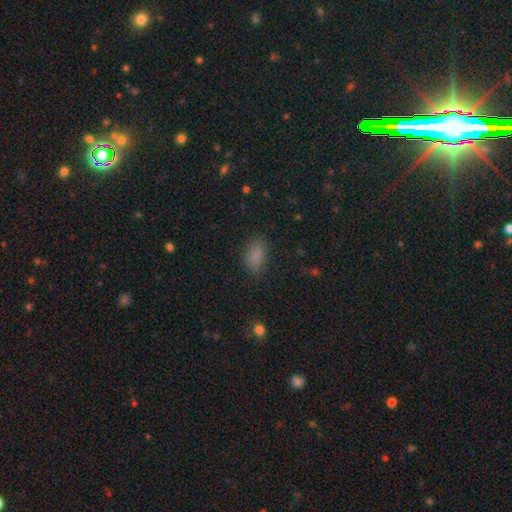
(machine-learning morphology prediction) Smooth or featured? smooth (83%)
How rounded? in between (89%)
Merging? none (80%)